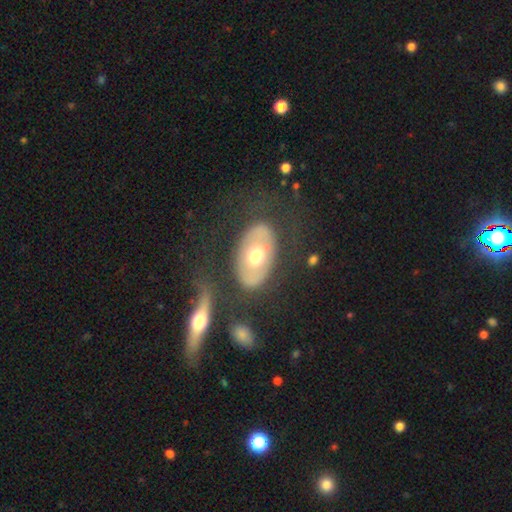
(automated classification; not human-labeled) The model was most divided on "smooth or featured": featured or disk: 51%, smooth: 43%, star or artifact: 6%. More confident: edge-on disk — no (89%); merging — none (72%).